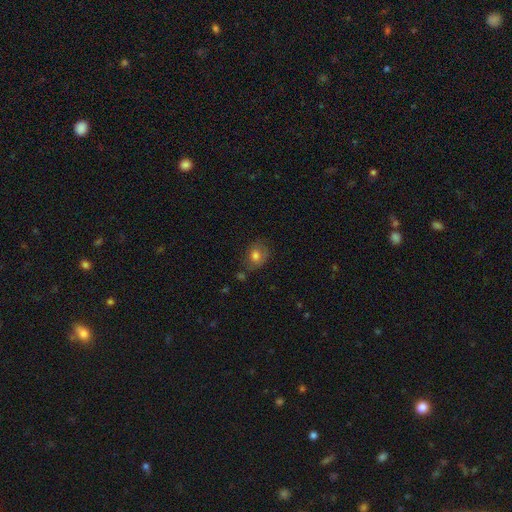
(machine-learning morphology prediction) The model was most divided on "how rounded": in between: 52%, round: 47%, cigar-shaped: 1%. More confident: smooth or featured — smooth (70%); merging — none (60%).